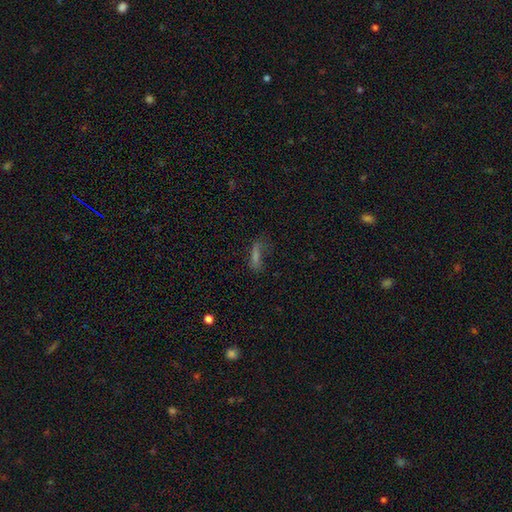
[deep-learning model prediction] The model was most divided on "smooth or featured": smooth: 48%, featured or disk: 28%, star or artifact: 24%. More confident: merging — none (53%).